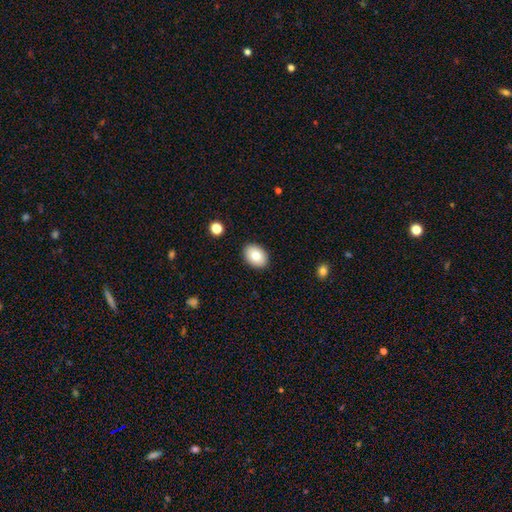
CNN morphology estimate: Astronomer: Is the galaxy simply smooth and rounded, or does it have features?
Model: smooth — 82%.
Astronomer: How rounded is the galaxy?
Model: in between — 77%.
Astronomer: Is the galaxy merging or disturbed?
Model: none — 90%.